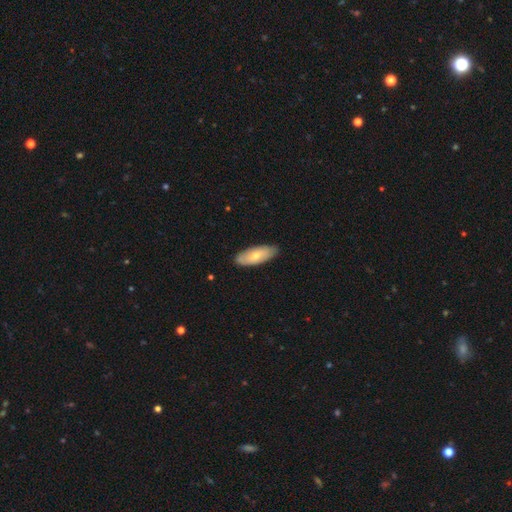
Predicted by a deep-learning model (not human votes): A smooth galaxy with no disk features (66%) that is in between round and cigar-shaped (79%). Merging: none (85%).